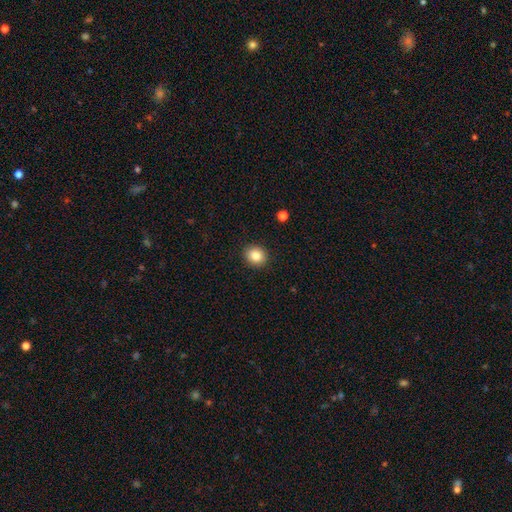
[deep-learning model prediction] Q: Smooth or featured?
A: smooth (85%); runner-up: star or artifact (9%)
Q: How rounded?
A: round (78%); runner-up: in between (21%)
Q: Merging?
A: none (91%); runner-up: minor disturbance (6%)